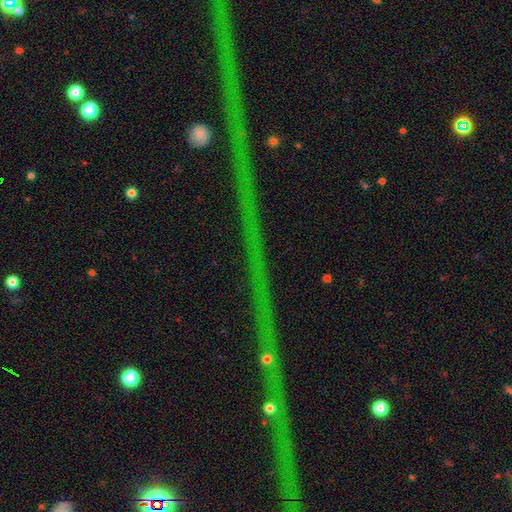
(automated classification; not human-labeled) The model was most divided on "smooth or featured": star or artifact: 74%, featured or disk: 17%, smooth: 9%.